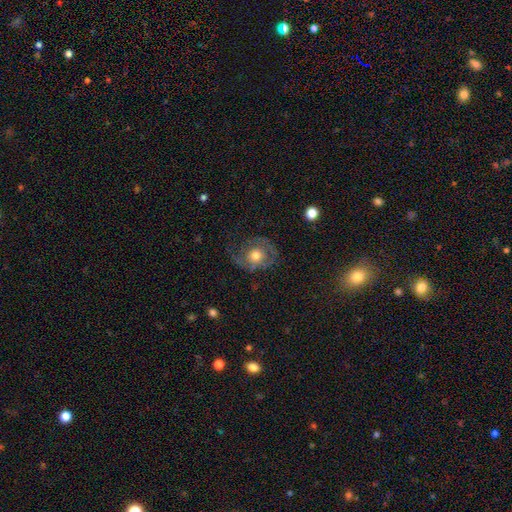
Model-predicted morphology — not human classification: smooth-or-featured: featured or disk: 54% | smooth: 37% | star or artifact: 8%
  disk-edge-on: no: 96% | yes: 4%
    bar: no: 84% | weak: 13% | strong: 3%
    has-spiral-arms: yes: 65% | no: 35%
    bulge-size: moderate: 66% | large: 18% | small: 12% | dominant: 2% | none: 2%
  merging: none: 54% | major disturbance: 22% | minor disturbance: 21% | merger: 2%